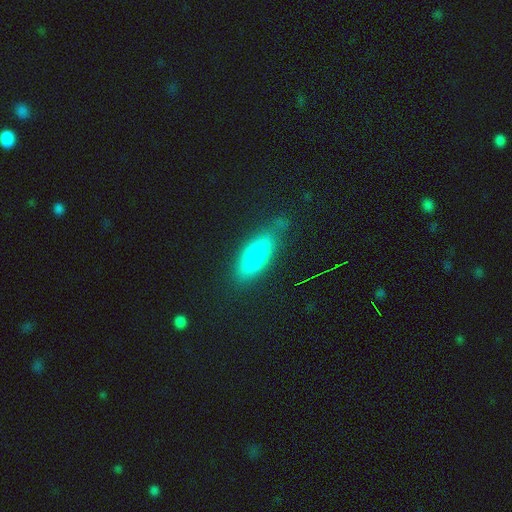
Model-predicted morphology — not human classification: The model was most divided on "how rounded": in between: 71%, cigar-shaped: 26%, round: 3%. More confident: smooth or featured — smooth (76%); merging — none (71%).